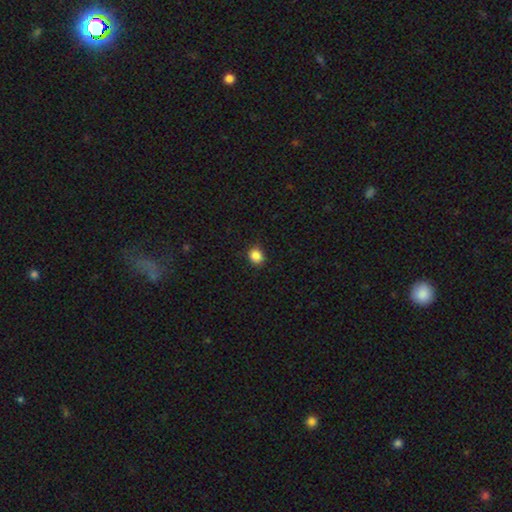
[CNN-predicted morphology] smooth_or_featured: smooth (p=0.86) [alt: star or artifact p=0.11]
how_rounded: round (p=0.72) [alt: in between p=0.27]
merging: none (p=0.87) [alt: minor disturbance p=0.10]